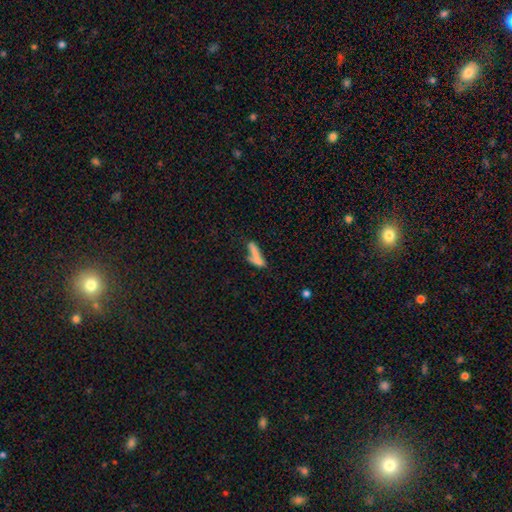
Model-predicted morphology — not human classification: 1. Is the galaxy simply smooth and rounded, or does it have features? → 70% smooth, 19% featured or disk, 11% star or artifact.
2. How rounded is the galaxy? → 73% cigar-shaped, 24% in between, 3% round.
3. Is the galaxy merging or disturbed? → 37% none, 29% merger, 18% minor disturbance, 16% major disturbance.